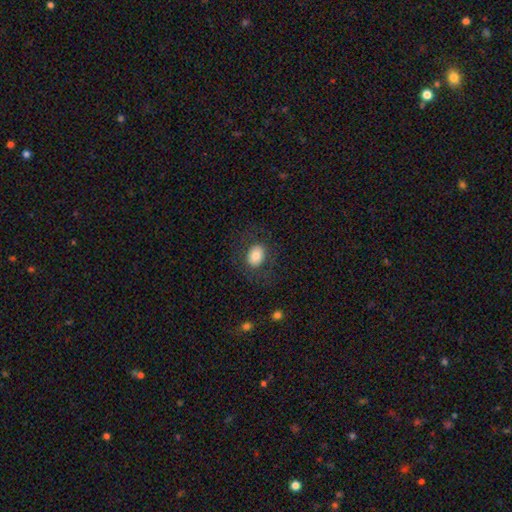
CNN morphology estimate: A smooth galaxy with no disk features (78%) that is in between round and cigar-shaped (65%). Merging: none (78%).